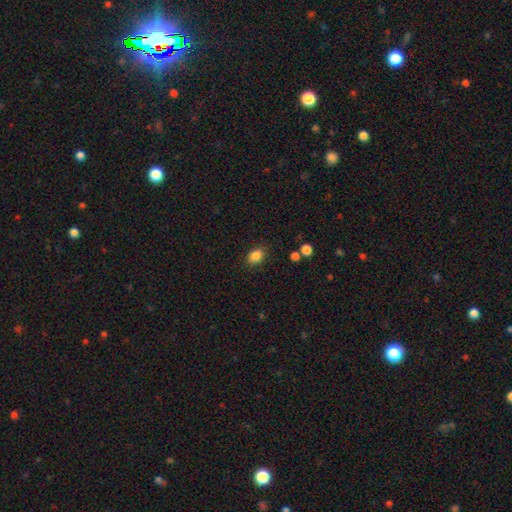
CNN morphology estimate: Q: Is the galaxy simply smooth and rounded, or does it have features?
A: smooth — 85%.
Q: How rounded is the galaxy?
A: in between — 63%.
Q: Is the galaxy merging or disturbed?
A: none — 83%.